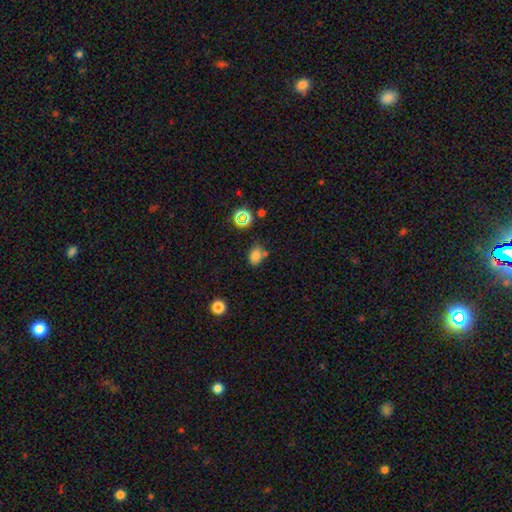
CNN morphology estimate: Q: Smooth or featured?
A: smooth (75%); runner-up: star or artifact (17%)
Q: How rounded?
A: in between (72%); runner-up: round (27%)
Q: Merging?
A: none (67%); runner-up: minor disturbance (16%)